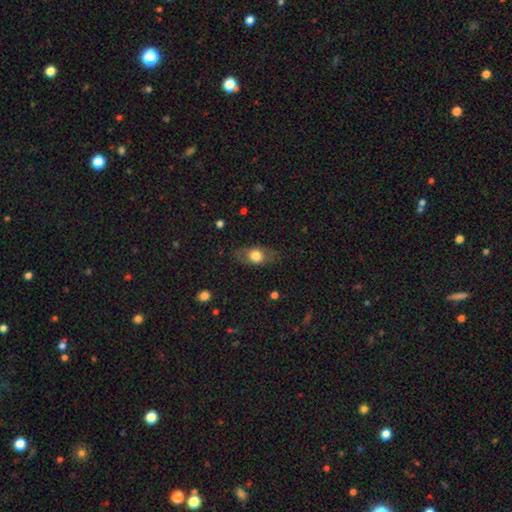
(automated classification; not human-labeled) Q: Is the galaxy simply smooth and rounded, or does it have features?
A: smooth — 69%.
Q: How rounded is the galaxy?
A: in between — 78%.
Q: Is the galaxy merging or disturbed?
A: none — 77%.